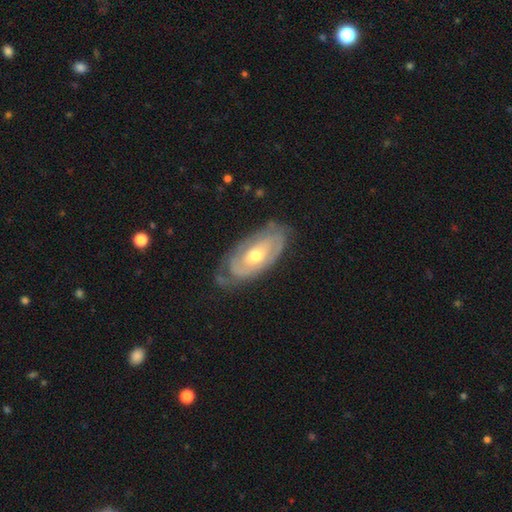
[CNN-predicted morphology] A featured or disk galaxy (76%) with no bar (72%), tight (70%) spiral arms (77%) and a moderate central bulge (72%). Merging: none (69%).